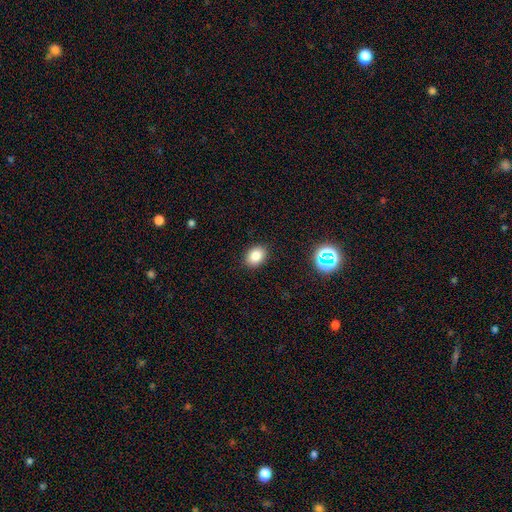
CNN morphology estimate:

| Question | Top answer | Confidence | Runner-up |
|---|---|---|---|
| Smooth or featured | smooth | 82% | star or artifact (12%) |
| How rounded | in between | 66% | round (33%) |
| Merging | none | 89% | minor disturbance (8%) |